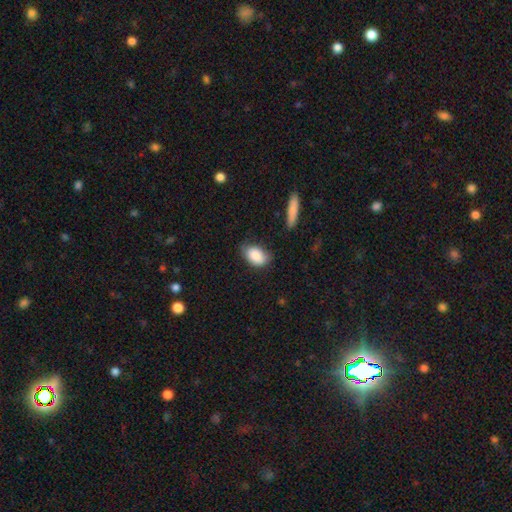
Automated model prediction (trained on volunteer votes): This is clearly a smooth galaxy (85%). How rounded: clearly in between (86%). Merging: likely none (62%).